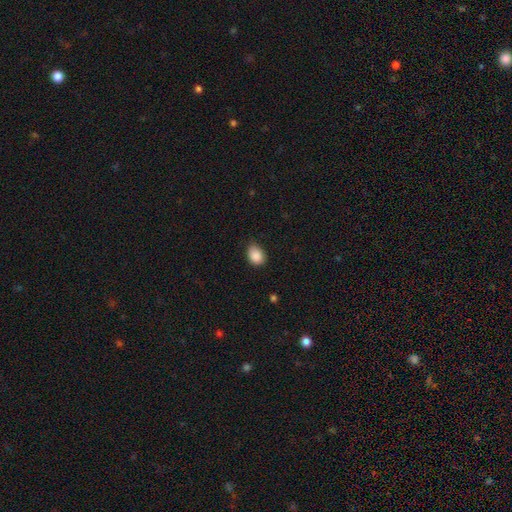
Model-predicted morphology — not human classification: Smooth or featured? Predicted: smooth (p=0.89). How rounded? Predicted: in between (p=0.71). Merging? Predicted: none (p=0.71).